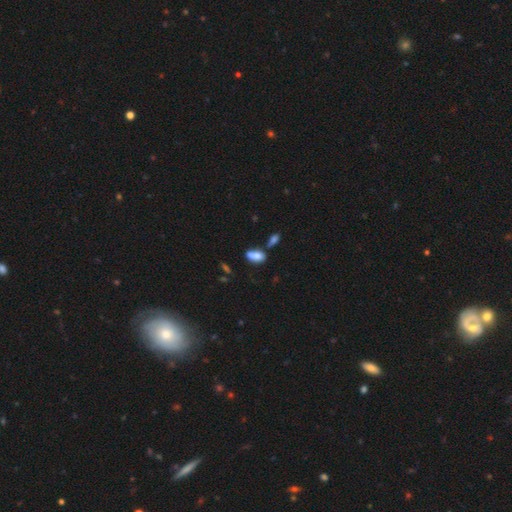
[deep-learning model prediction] Morphology: type=smooth (79%); roundness=in between (89%); merging=none (44%).